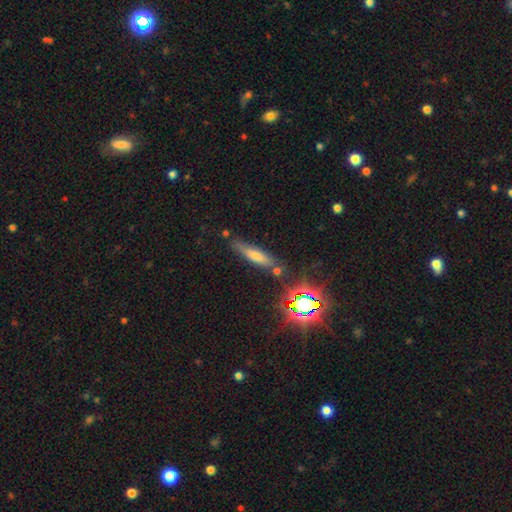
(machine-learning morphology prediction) The model was most divided on "smooth or featured": smooth: 41%, featured or disk: 29%, star or artifact: 29%. More confident: merging — none (74%).